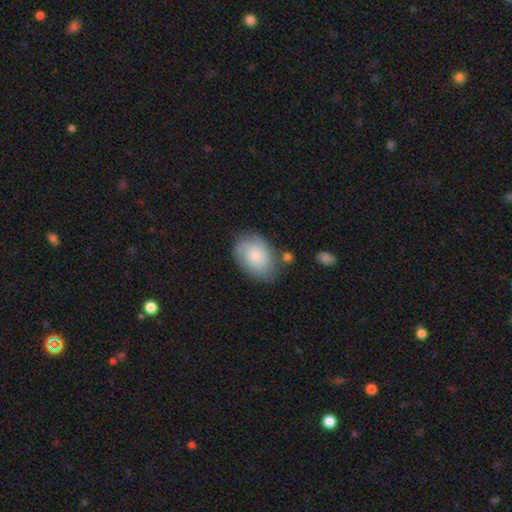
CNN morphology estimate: Smooth or featured: smooth — 57% (featured or disk — 36%)
How rounded: in between — 76% (round — 23%)
Merging: none — 67% (minor disturbance — 22%)